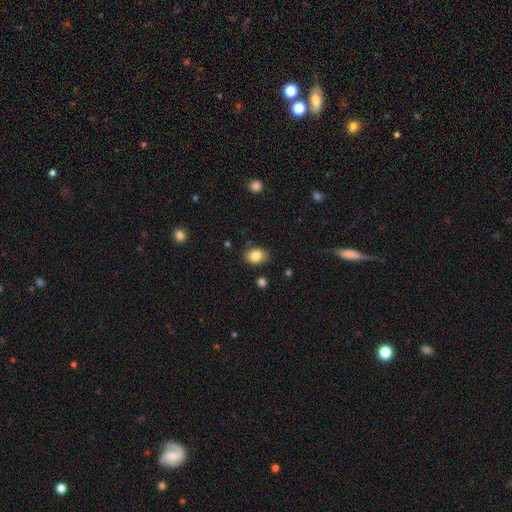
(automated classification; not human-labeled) Smooth or featured? smooth (84%)
How rounded? in between (64%)
Merging? none (84%)